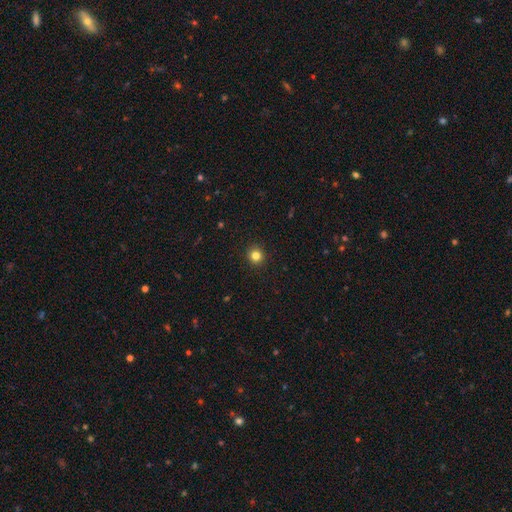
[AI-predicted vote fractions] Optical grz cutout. It shows a smooth galaxy with no disk features (83%) that is round (93%). Merging: none (93%).